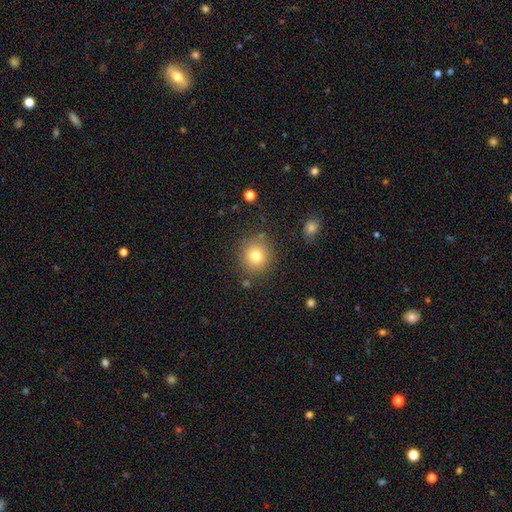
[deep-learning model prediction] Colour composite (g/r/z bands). It shows a smooth galaxy with no disk features (78%) that is round (89%). Merging: none (84%).